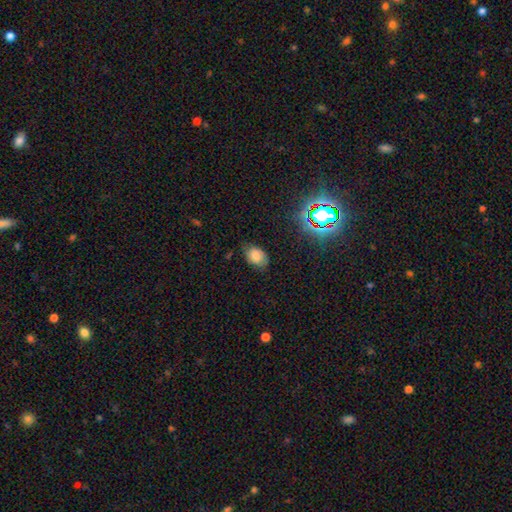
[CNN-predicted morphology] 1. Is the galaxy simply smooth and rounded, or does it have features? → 75% smooth, 14% star or artifact, 12% featured or disk.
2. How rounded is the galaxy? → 81% in between, 18% round, 1% cigar-shaped.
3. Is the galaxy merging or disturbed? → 68% none, 25% minor disturbance, 6% major disturbance, 1% merger.